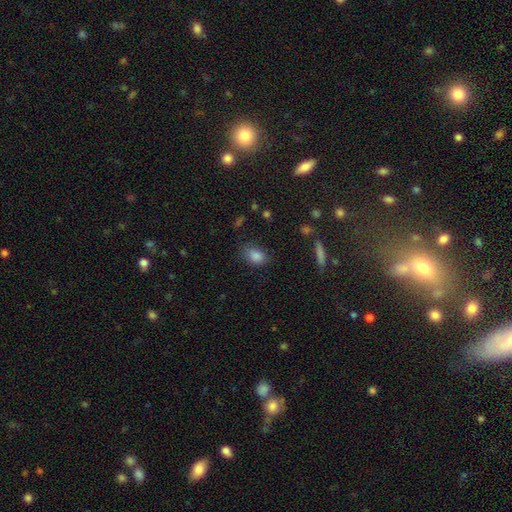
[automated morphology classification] Smooth or featured: smooth — 85% (star or artifact — 9%)
How rounded: in between — 82% (round — 16%)
Merging: none — 74% (minor disturbance — 19%)